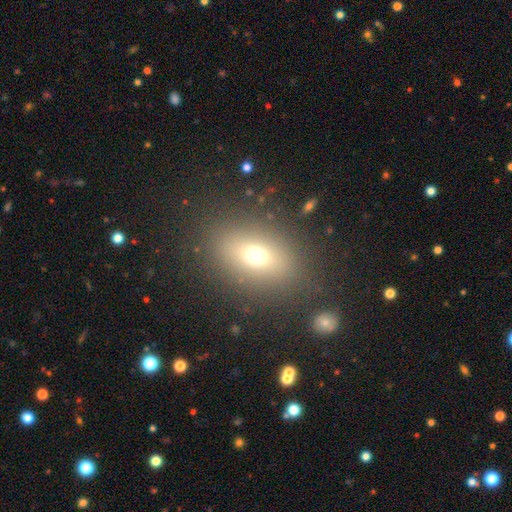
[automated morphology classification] smooth-or-featured: smooth: 66% | featured or disk: 18% | star or artifact: 16%
  how-rounded: in between: 71% | round: 26% | cigar-shaped: 3%
  merging: none: 82% | minor disturbance: 10% | major disturbance: 5% | merger: 3%